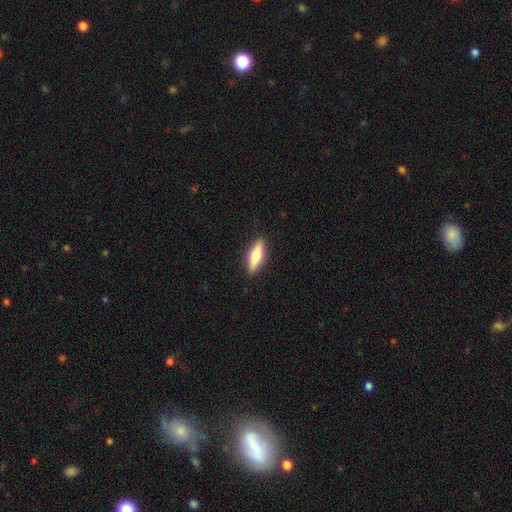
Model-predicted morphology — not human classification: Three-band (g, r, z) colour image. It shows a smooth galaxy with no disk features (50%). Merging: none (90%).